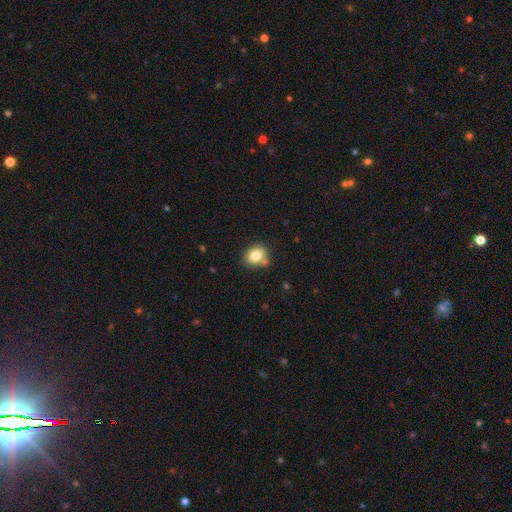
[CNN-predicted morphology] Smooth or featured? smooth (80%)
How rounded? round (59%)
Merging? none (70%)